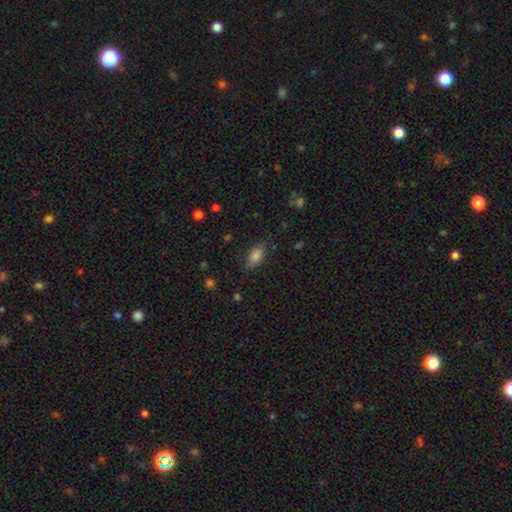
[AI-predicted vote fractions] A smooth galaxy with no disk features (79%) that is in between round and cigar-shaped (86%). Merging: none (77%).